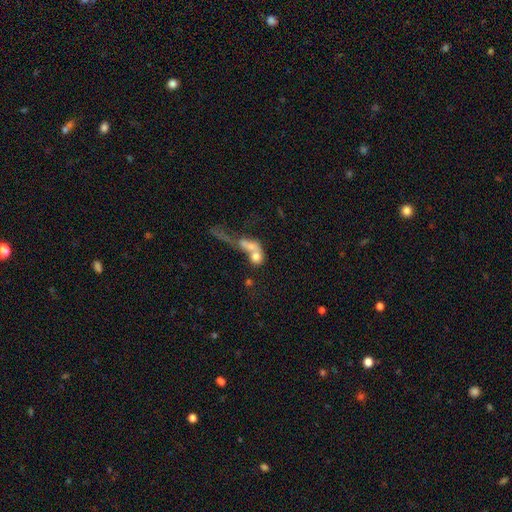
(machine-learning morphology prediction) smooth_or_featured: smooth (p=0.61) [alt: featured or disk p=0.27]
how_rounded: round (p=0.47) [alt: in between p=0.45]
merging: merger (p=0.67) [alt: major disturbance p=0.14]